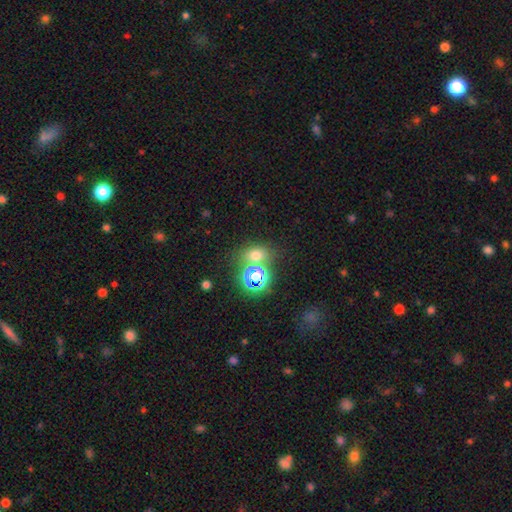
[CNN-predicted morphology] This appears to be a smooth galaxy with no disk features (58%) that is round (52%). Merging: none (62%).